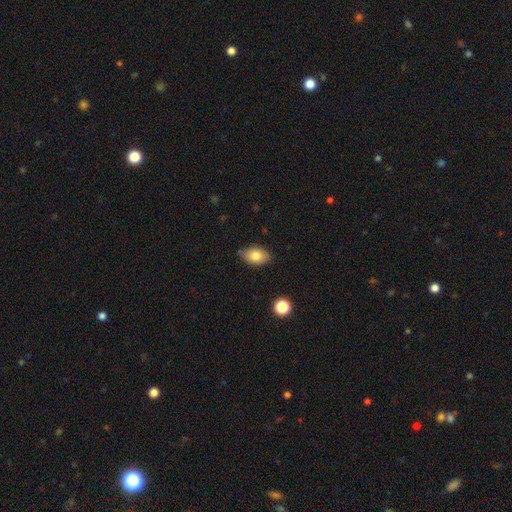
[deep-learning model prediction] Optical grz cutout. It shows a smooth galaxy with no disk features (82%) that is in between round and cigar-shaped (89%). Merging: none (81%).